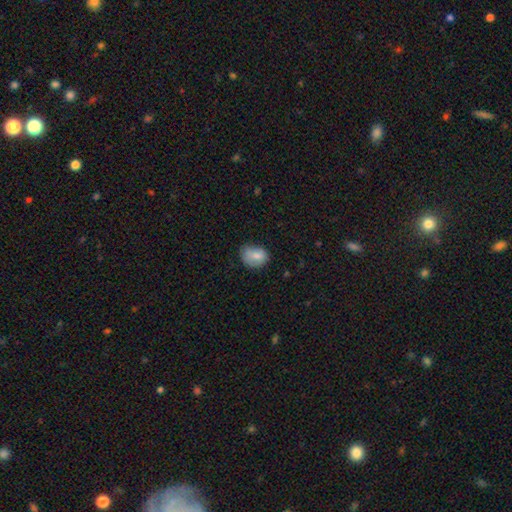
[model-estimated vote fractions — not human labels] Overall: smooth (78%). How rounded: in between (59%; round 40%). Merging: none (47%; minor disturbance 37%).